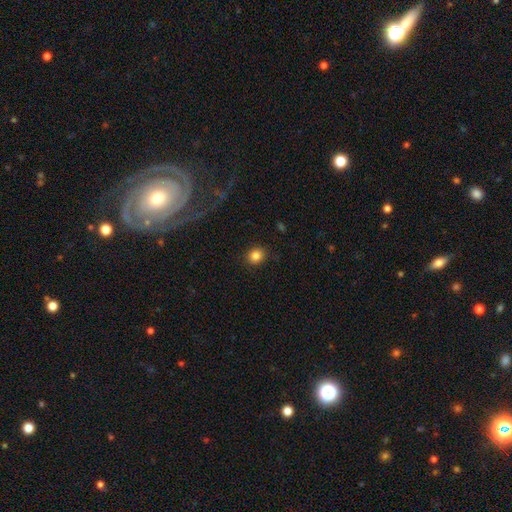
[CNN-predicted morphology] smooth_or_featured: smooth (p=0.84) [alt: star or artifact p=0.10]
how_rounded: round (p=0.74) [alt: in between p=0.25]
merging: none (p=0.89) [alt: minor disturbance p=0.08]